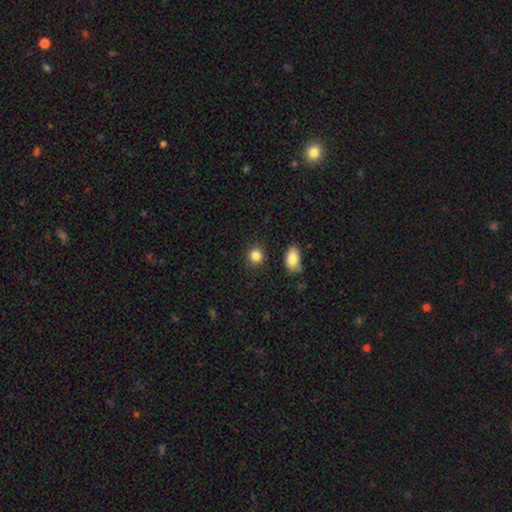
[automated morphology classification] Smooth or featured? Predicted: smooth (p=0.86). How rounded? Predicted: round (p=0.82). Merging? Predicted: none (p=0.88).